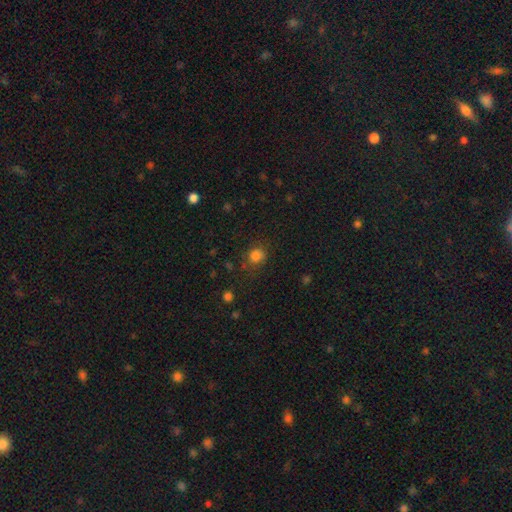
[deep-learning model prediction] This is clearly a smooth galaxy (81%). How rounded: likely round (78%). Merging: likely none (76%).